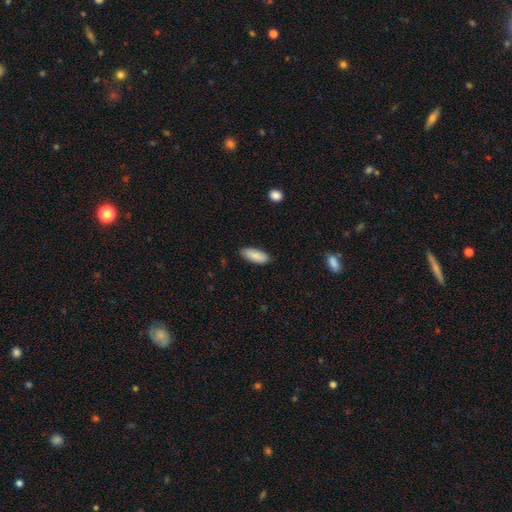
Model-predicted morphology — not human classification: smooth-or-featured: smooth: 89% | star or artifact: 6% | featured or disk: 5%
  how-rounded: in between: 77% | cigar-shaped: 21% | round: 2%
  merging: none: 86% | minor disturbance: 11% | major disturbance: 2% | merger: 1%